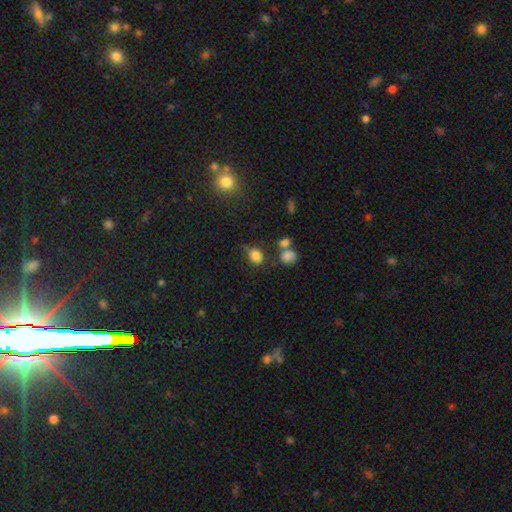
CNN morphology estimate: Q: Smooth or featured?
A: smooth (82%); runner-up: star or artifact (12%)
Q: How rounded?
A: in between (57%); runner-up: round (42%)
Q: Merging?
A: none (63%); runner-up: minor disturbance (20%)